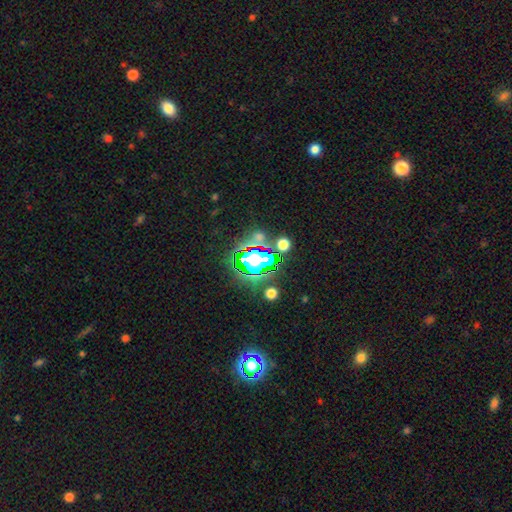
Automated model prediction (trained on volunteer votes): Morphology: type=star or artifact (79%).